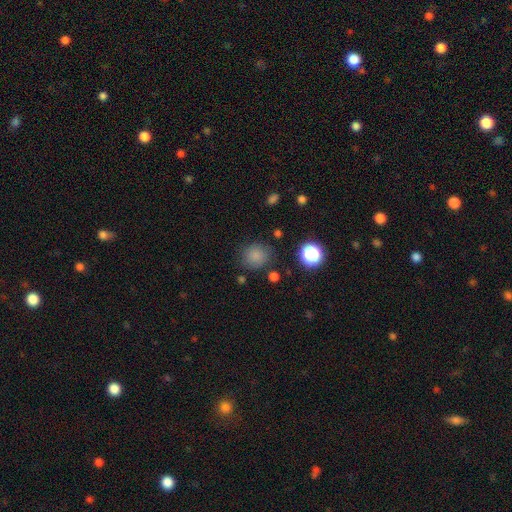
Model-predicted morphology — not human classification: smooth_or_featured: smooth (p=0.81) [alt: star or artifact p=0.14]
how_rounded: round (p=0.87) [alt: in between p=0.12]
merging: none (p=0.80) [alt: minor disturbance p=0.13]